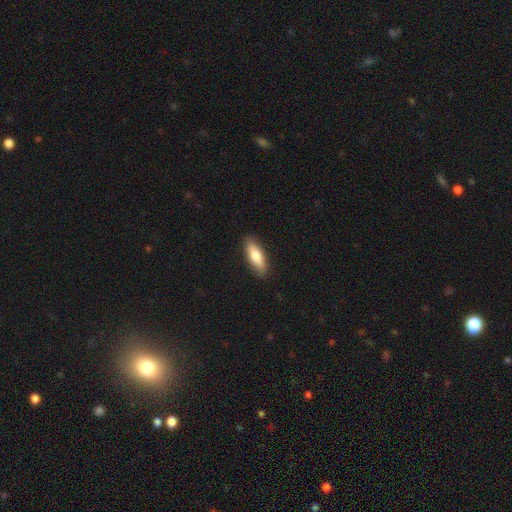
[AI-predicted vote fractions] Smooth or featured?
  - smooth: 77% *
  - featured or disk: 17%
  - star or artifact: 5%
How rounded?
  - in between: 57% *
  - cigar-shaped: 41%
  - round: 2%
Merging?
  - none: 88% *
  - minor disturbance: 9%
  - major disturbance: 2%
  - merger: 1%